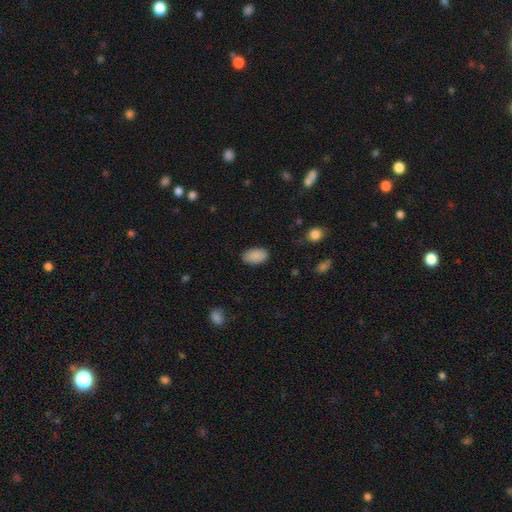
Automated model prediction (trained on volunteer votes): Smooth or featured: smooth — 89% (star or artifact — 7%)
How rounded: in between — 93% (round — 6%)
Merging: none — 85% (minor disturbance — 11%)